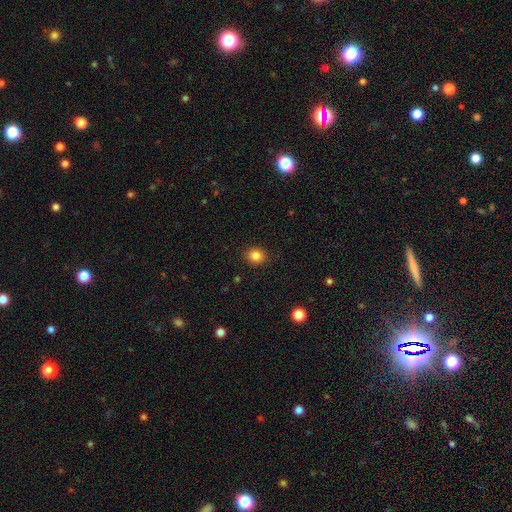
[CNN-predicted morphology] This appears to be a smooth galaxy with no disk features (84%) that is round (70%). Merging: none (90%).